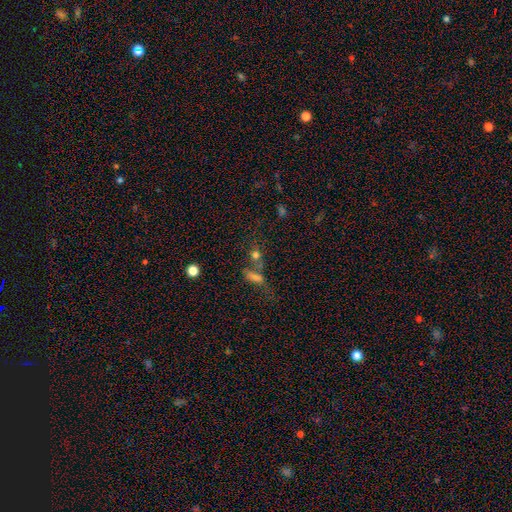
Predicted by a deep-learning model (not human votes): Smooth or featured? smooth (49%)
Merging? none (38%, tied with merger)